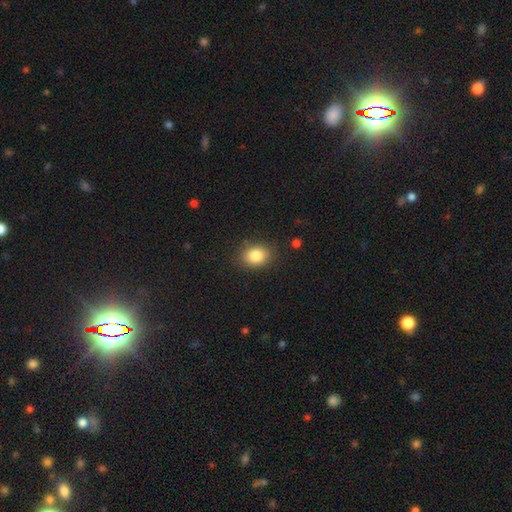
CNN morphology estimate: smooth 83%, star or artifact 9%, featured or disk 7%. Down the decision tree: how rounded — in between (57%); merging — none (85%).